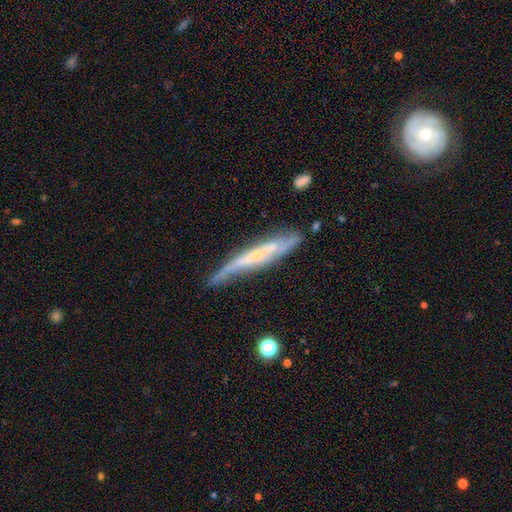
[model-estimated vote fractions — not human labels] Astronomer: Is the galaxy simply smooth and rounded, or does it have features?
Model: featured or disk — 66%.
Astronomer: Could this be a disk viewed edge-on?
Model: yes — 72%.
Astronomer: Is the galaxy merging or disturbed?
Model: none — 61%.